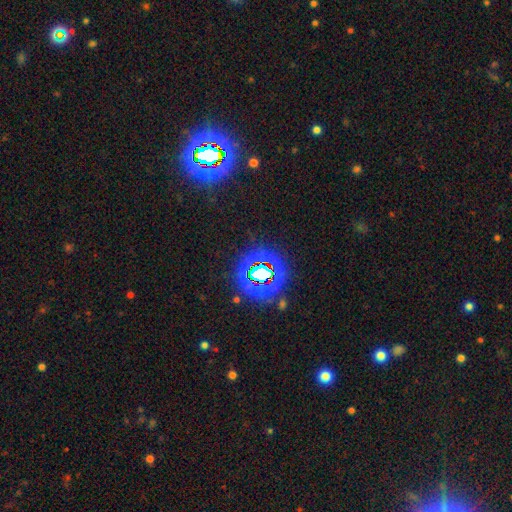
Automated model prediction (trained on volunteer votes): smooth_or_featured: star or artifact (p=0.84) [alt: smooth p=0.09]